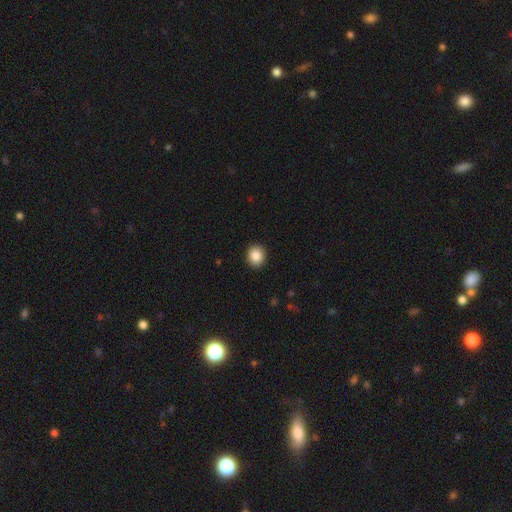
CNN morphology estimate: Smooth or featured: smooth — 87% (star or artifact — 9%)
How rounded: round — 80% (in between — 19%)
Merging: none — 92% (minor disturbance — 6%)